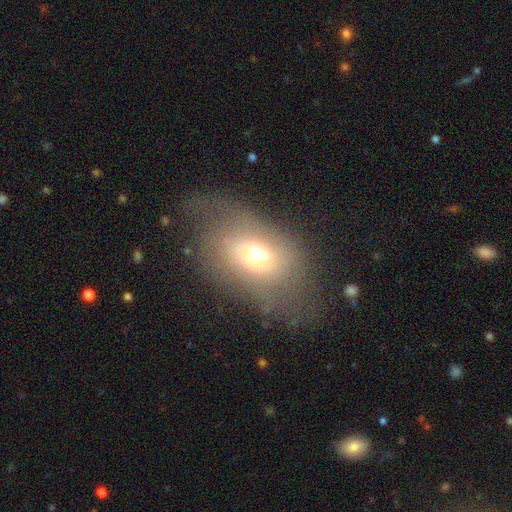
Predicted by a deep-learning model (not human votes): Overall: smooth (55%; featured or disk 32%). How rounded: in between (74%). Merging: none (46%; major disturbance 27%).